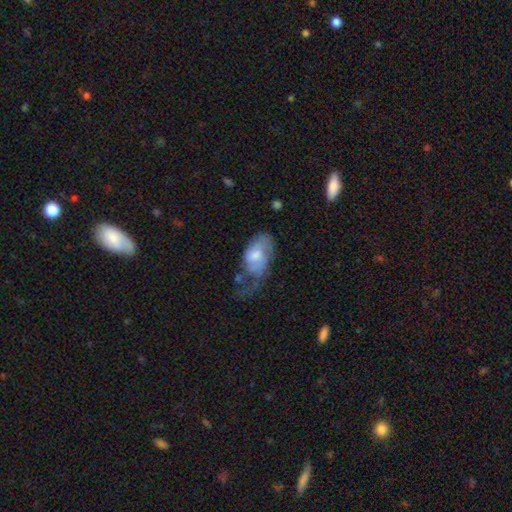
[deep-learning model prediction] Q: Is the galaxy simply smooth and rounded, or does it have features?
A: smooth — 50%.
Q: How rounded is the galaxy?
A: in between — 91%.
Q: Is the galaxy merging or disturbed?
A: major disturbance — 54%.